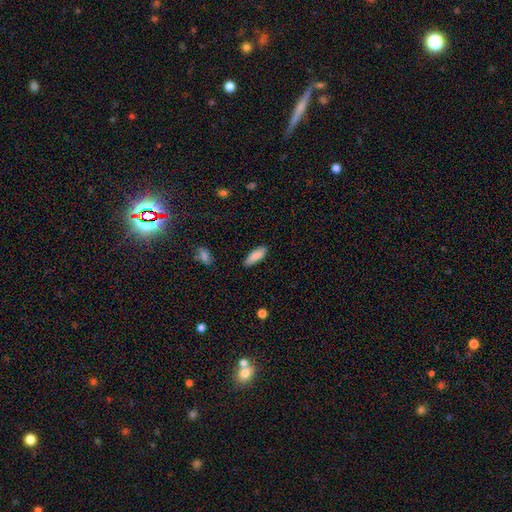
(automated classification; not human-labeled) Smooth or featured?
  - smooth: 87% *
  - featured or disk: 7%
  - star or artifact: 6%
How rounded?
  - in between: 59% *
  - cigar-shaped: 39%
  - round: 2%
Merging?
  - none: 85% *
  - minor disturbance: 11%
  - major disturbance: 2%
  - merger: 1%